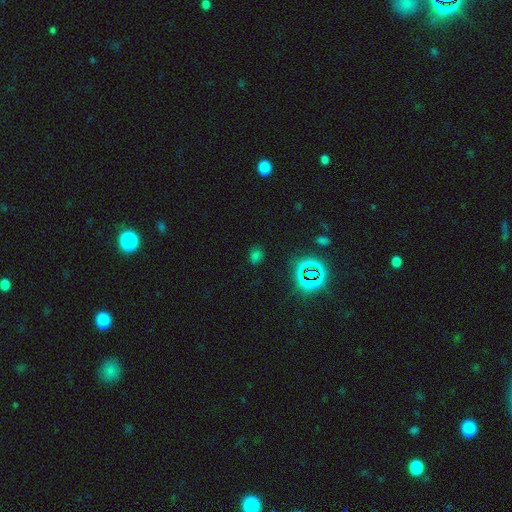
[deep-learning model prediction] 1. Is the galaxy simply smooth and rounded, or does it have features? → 54% smooth, 40% star or artifact, 6% featured or disk.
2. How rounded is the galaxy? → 52% in between, 46% round, 2% cigar-shaped.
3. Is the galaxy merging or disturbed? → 82% none, 12% minor disturbance, 4% major disturbance, 2% merger.